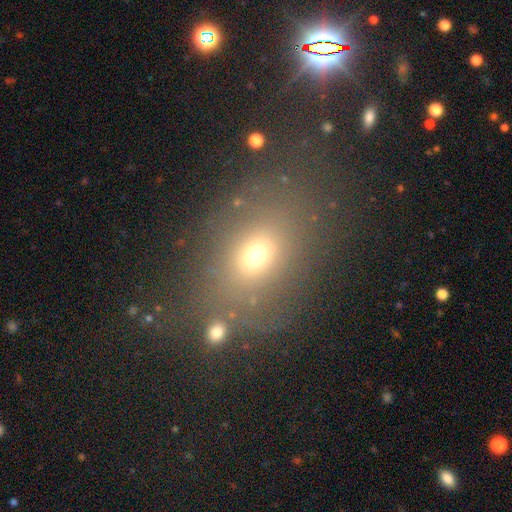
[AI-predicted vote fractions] Overall: smooth (63%). How rounded: in between (60%; round 38%). Merging: none (66%).